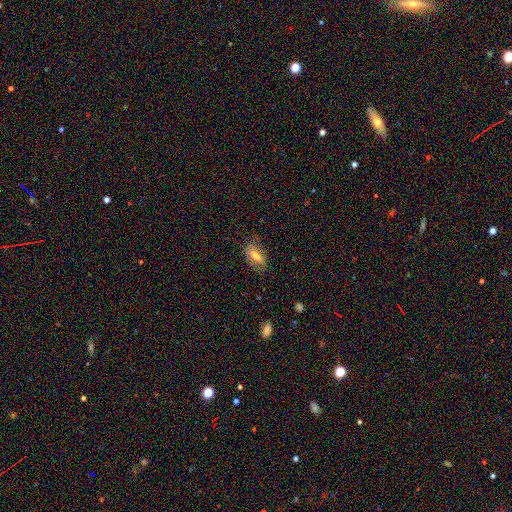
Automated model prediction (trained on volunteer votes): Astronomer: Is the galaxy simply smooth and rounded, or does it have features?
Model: smooth — 59%.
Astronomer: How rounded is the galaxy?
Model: in between — 80%.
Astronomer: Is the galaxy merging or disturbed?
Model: none — 76%.